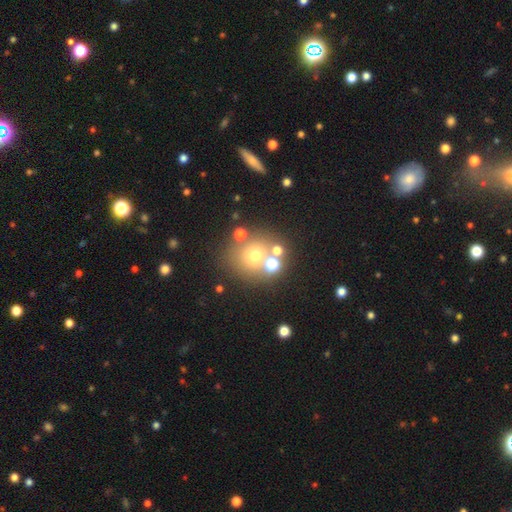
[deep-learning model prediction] This appears to be a smooth galaxy with no disk features (60%) that is round (83%). Merging: none (67%).